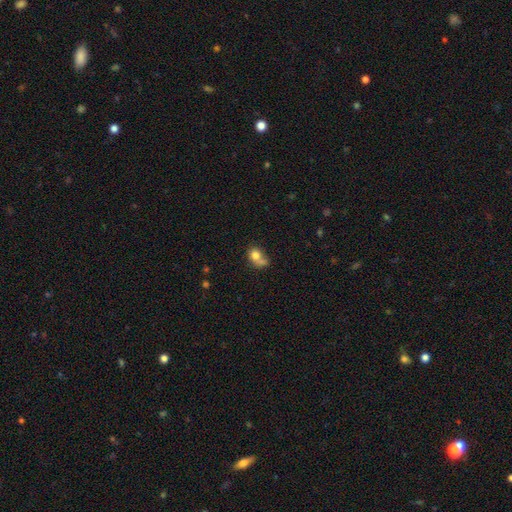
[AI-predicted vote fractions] This is likely a smooth galaxy (75%). How rounded: possibly round (50%). Merging: marginally merger (36%).